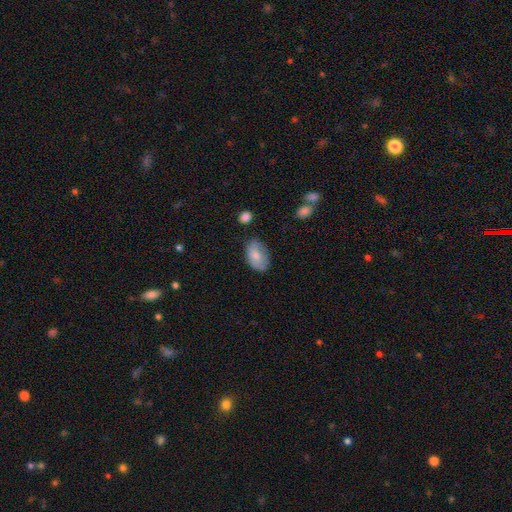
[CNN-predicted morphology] Smooth or featured?
  - smooth: 75% *
  - featured or disk: 18%
  - star or artifact: 7%
How rounded?
  - in between: 90% *
  - round: 8%
  - cigar-shaped: 1%
Merging?
  - none: 67% *
  - minor disturbance: 25%
  - major disturbance: 6%
  - merger: 2%